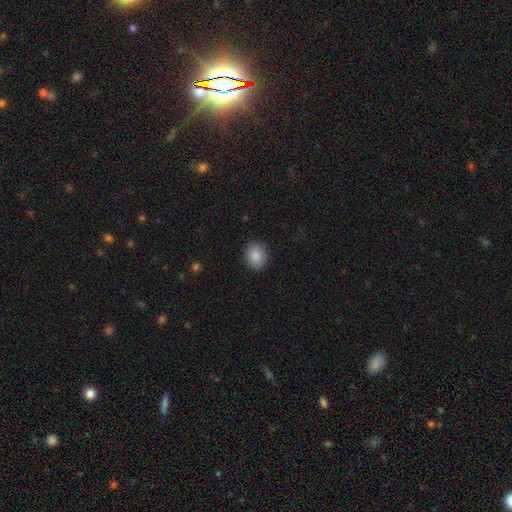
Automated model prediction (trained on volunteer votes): A smooth galaxy with no disk features (88%) that is round (65%).

Vote fractions:
- Smooth or featured? smooth: 88% / star or artifact: 8% / featured or disk: 4%
- How rounded? round: 65% / in between: 34% / cigar-shaped: 1%
- Merging? none: 88% / minor disturbance: 9% / major disturbance: 2% / merger: 1%